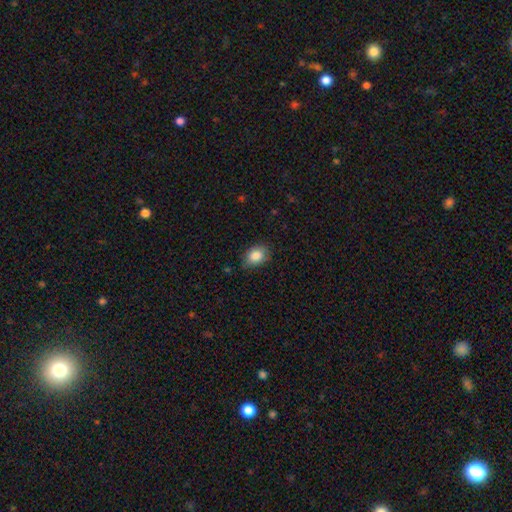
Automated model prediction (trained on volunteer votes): smooth 85%, star or artifact 8%, featured or disk 7%. Down the decision tree: how rounded — in between (72%); merging — none (77%).